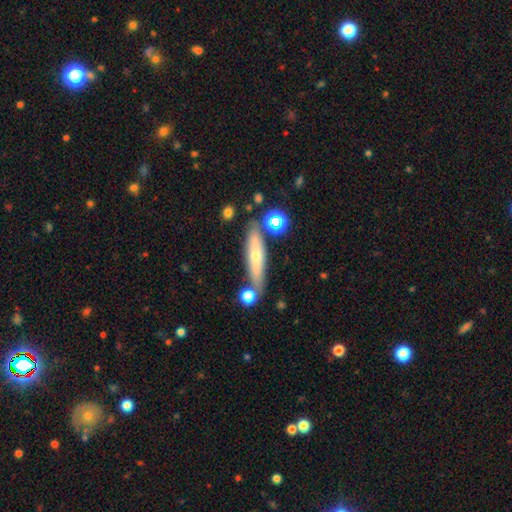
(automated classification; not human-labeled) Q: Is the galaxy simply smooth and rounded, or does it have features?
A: smooth — 49%.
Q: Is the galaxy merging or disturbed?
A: none — 73%.